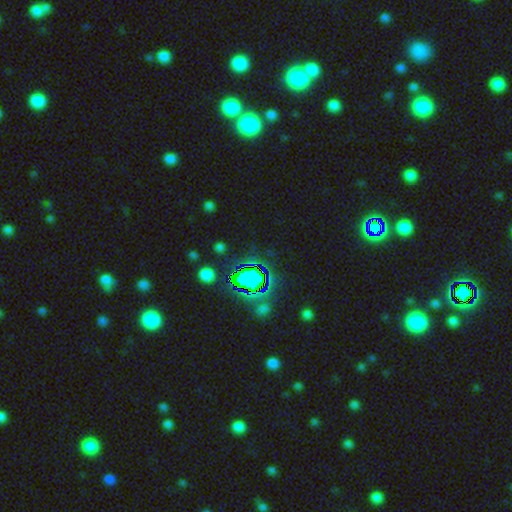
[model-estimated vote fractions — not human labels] Overall: star or artifact (75%).